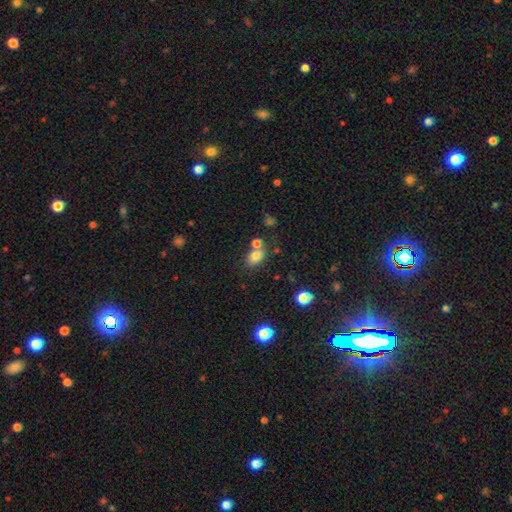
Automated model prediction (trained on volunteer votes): Smooth or featured: smooth — 78% (star or artifact — 13%)
How rounded: in between — 70% (round — 29%)
Merging: none — 56% (merger — 27%)